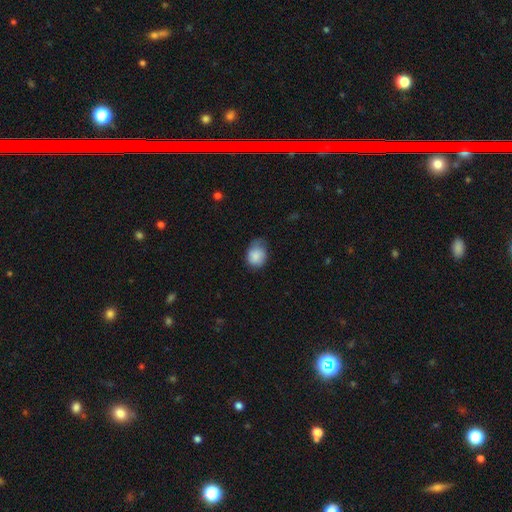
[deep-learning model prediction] The model was most divided on "how rounded": in between: 51%, round: 49%, cigar-shaped: 1%. Remaining: smooth or featured — smooth (83%); merging — none (44%).